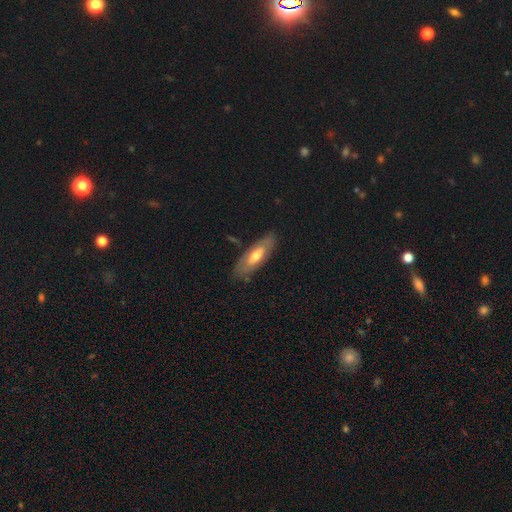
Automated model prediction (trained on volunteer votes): Smooth or featured? featured or disk (50%)
Merging? none (80%)